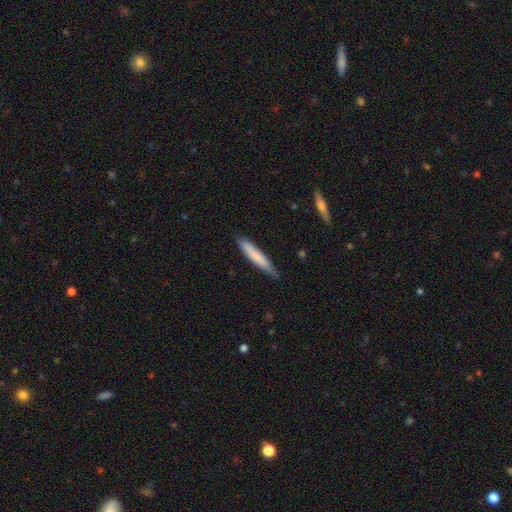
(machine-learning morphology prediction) Smooth or featured?
  - smooth: 73% *
  - featured or disk: 21%
  - star or artifact: 5%
How rounded?
  - cigar-shaped: 92% *
  - in between: 7%
  - round: 1%
Merging?
  - none: 78% *
  - minor disturbance: 19%
  - major disturbance: 2%
  - merger: 1%